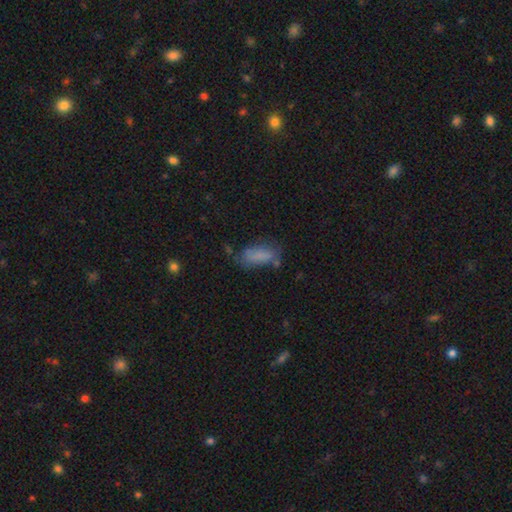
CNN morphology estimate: smooth 75%, featured or disk 15%, star or artifact 9%. Down the decision tree: how rounded — in between (83%); merging — none (52%).